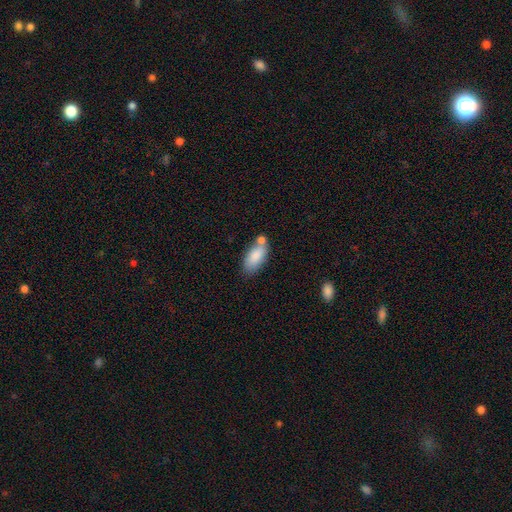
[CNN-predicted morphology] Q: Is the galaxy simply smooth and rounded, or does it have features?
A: smooth — 85%.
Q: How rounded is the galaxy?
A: in between — 90%.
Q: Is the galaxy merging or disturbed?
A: none — 56%.